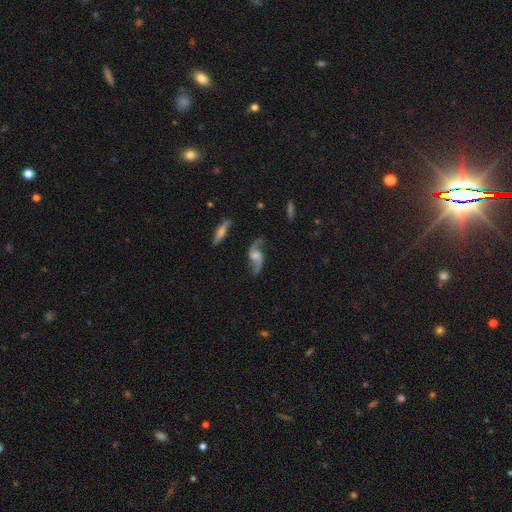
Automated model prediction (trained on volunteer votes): Q: Smooth or featured?
A: featured or disk (88%); runner-up: smooth (7%)
Q: Edge-on disk?
A: no (94%); runner-up: yes (6%)
Q: Bar?
A: no (51%); runner-up: weak (41%)
Q: Spiral arms?
A: yes (97%); runner-up: no (3%)
Q: Spiral winding?
A: loose (78%); runner-up: medium (19%)
Q: Spiral arm count?
A: 2 (94%); runner-up: can't tell (2%)
Q: Bulge size?
A: moderate (34%); runner-up: none (27%)
Q: Merging?
A: none (75%); runner-up: minor disturbance (16%)